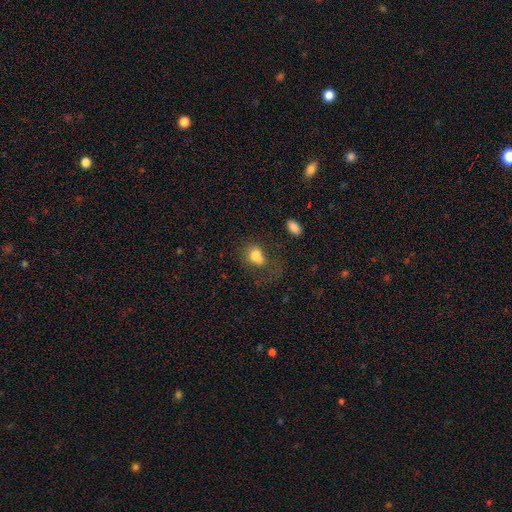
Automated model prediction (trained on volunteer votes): This is likely a smooth galaxy (76%). How rounded: possibly in between (56%). Merging: marginally none (35%).